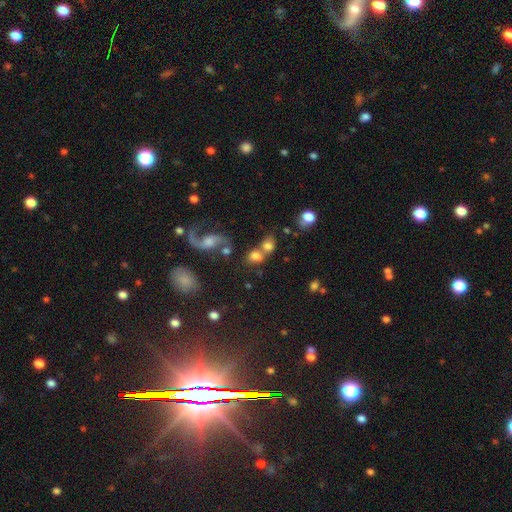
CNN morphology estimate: Overall: smooth (68%). How rounded: round (53%; in between 44%). Merging: merger (45%; none 36%).